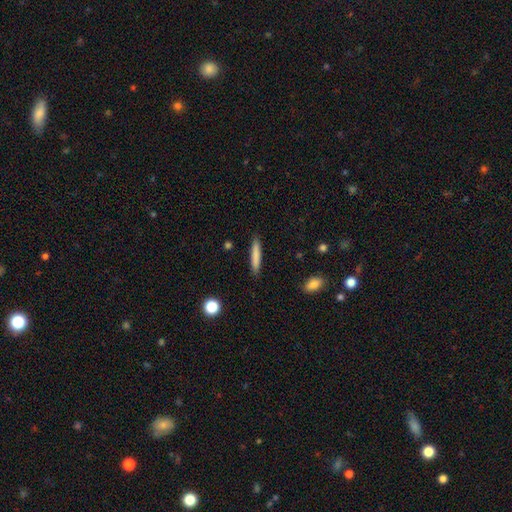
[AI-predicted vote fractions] Overall: smooth (80%). How rounded: cigar-shaped (92%). Merging: none (89%).